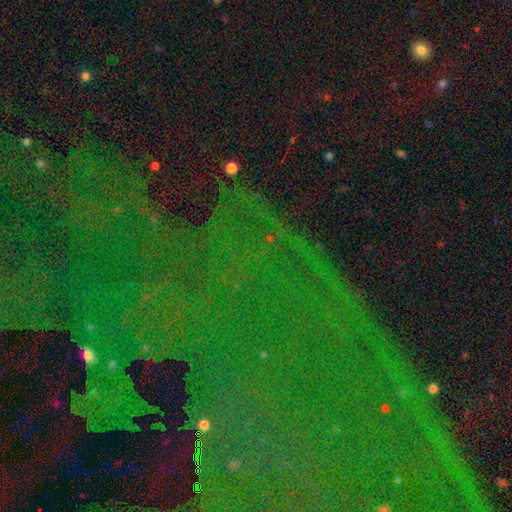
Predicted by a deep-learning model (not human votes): Q: Smooth or featured?
A: star or artifact (85%); runner-up: smooth (7%)